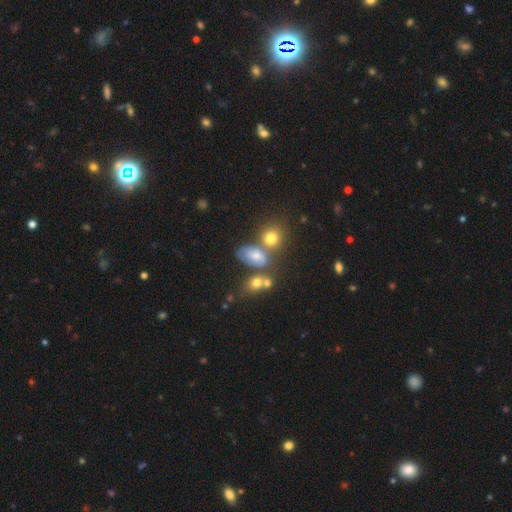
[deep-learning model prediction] smooth-or-featured: smooth: 57% | featured or disk: 28% | star or artifact: 15%
  how-rounded: in between: 76% | round: 22% | cigar-shaped: 2%
  merging: none: 37% | merger: 32% | minor disturbance: 19% | major disturbance: 12%